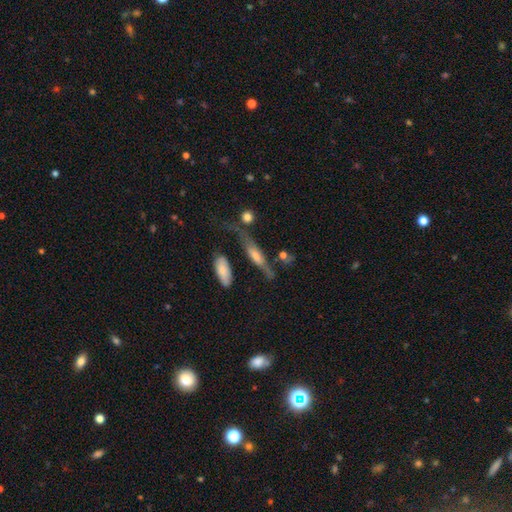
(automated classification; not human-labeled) A featured or disk galaxy (58%) viewed edge-on (74%).

Vote fractions:
- Smooth or featured? featured or disk: 58% / smooth: 33% / star or artifact: 10%
- Edge-on disk? yes: 74% / no: 26%
- Merging? none: 50% / minor disturbance: 21% / major disturbance: 19% / merger: 9%